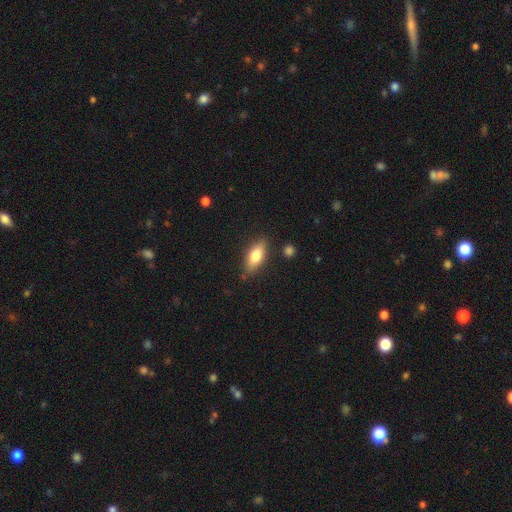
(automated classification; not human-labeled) Q: Smooth or featured?
A: smooth (72%); runner-up: featured or disk (22%)
Q: How rounded?
A: in between (74%); runner-up: cigar-shaped (23%)
Q: Merging?
A: none (84%); runner-up: minor disturbance (12%)